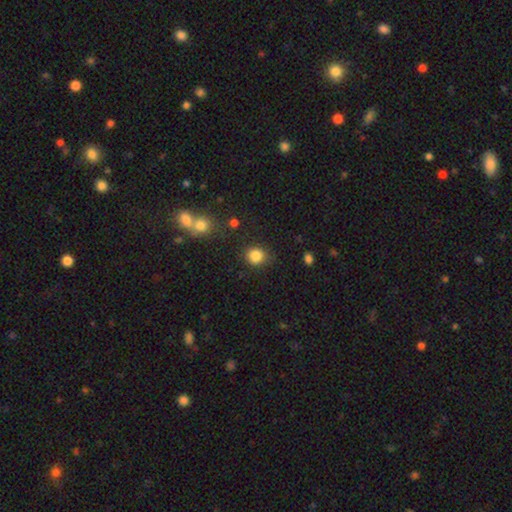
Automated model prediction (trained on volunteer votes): A smooth galaxy with no disk features (85%) that is round (81%).

Vote fractions:
- Smooth or featured? smooth: 85% / star or artifact: 11% / featured or disk: 4%
- How rounded? round: 81% / in between: 18% / cigar-shaped: 1%
- Merging? none: 80% / minor disturbance: 13% / major disturbance: 4% / merger: 3%